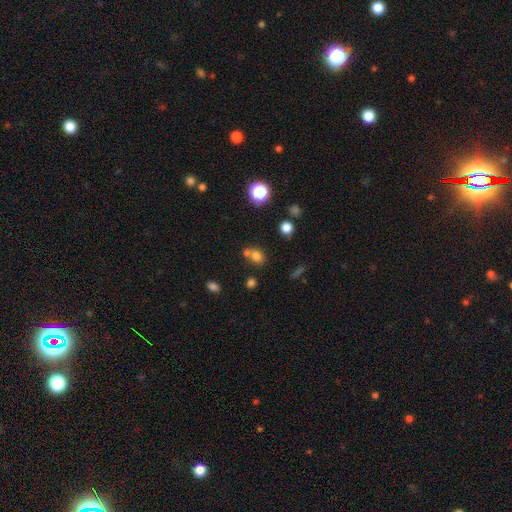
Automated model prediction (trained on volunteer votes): smooth_or_featured: smooth (p=0.72) [alt: star or artifact p=0.18]
how_rounded: round (p=0.68) [alt: in between p=0.31]
merging: none (p=0.48) [alt: merger p=0.38]